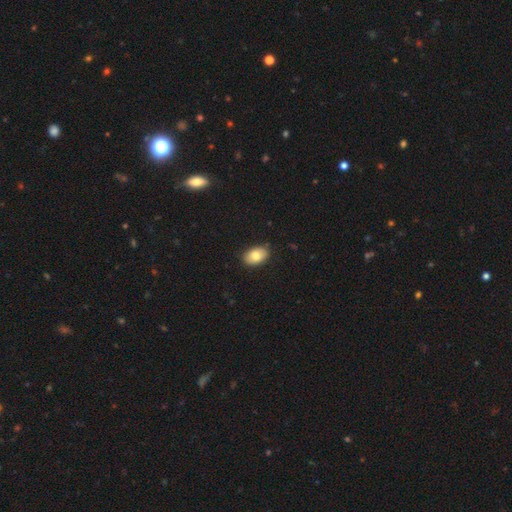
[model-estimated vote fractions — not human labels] A smooth galaxy with no disk features (80%) that is in between round and cigar-shaped (88%).

Vote fractions:
- Smooth or featured? smooth: 80% / featured or disk: 12% / star or artifact: 7%
- How rounded? in between: 88% / round: 10% / cigar-shaped: 1%
- Merging? none: 85% / minor disturbance: 12% / major disturbance: 2% / merger: 1%